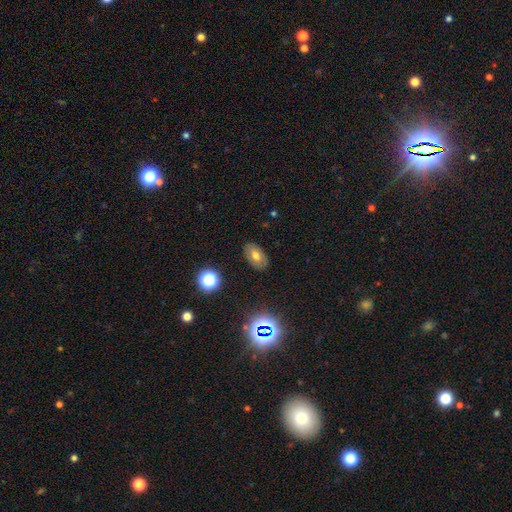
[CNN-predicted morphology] type=smooth (58%); roundness=in between (89%); merging=none (85%).